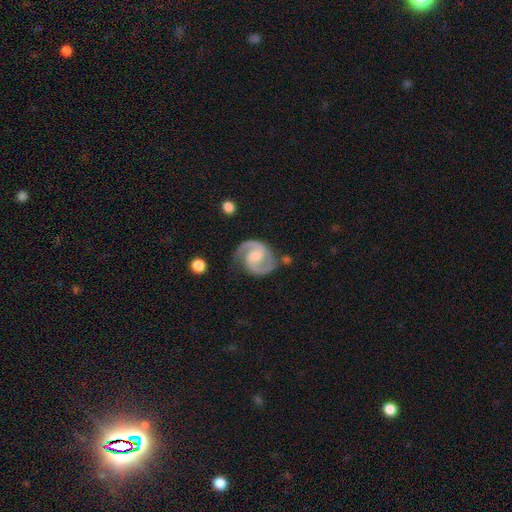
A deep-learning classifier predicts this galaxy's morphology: smooth-or-featured: featured or disk: 92% | smooth: 4% | star or artifact: 4%
  disk-edge-on: no: 98% | yes: 2%
    bar: weak: 46% | no: 40% | strong: 14%
    has-spiral-arms: yes: 98% | no: 2%
      spiral-winding: medium: 59% | tight: 30% | loose: 11%
      spiral-arm-count: 2: 94% | can't tell: 2% | 1: 1% | 3: 1% | 4: 1% | more than 4: 1%
    bulge-size: moderate: 47% | small: 39% | none: 8% | large: 4% | dominant: 1%
  merging: none: 77% | minor disturbance: 16% | major disturbance: 5% | merger: 2%